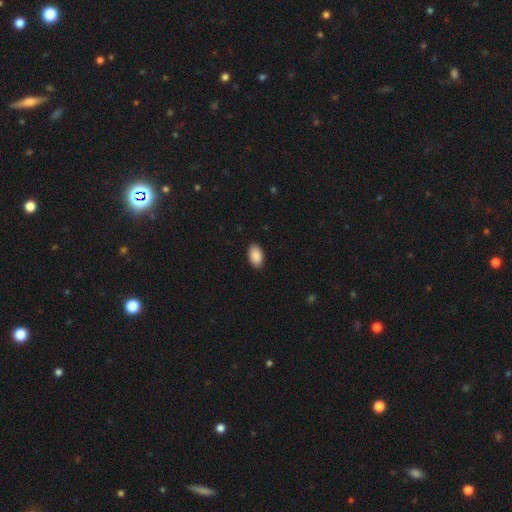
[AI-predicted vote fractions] This appears to be a smooth galaxy with no disk features (90%) that is in between round and cigar-shaped (93%). Merging: none (88%).